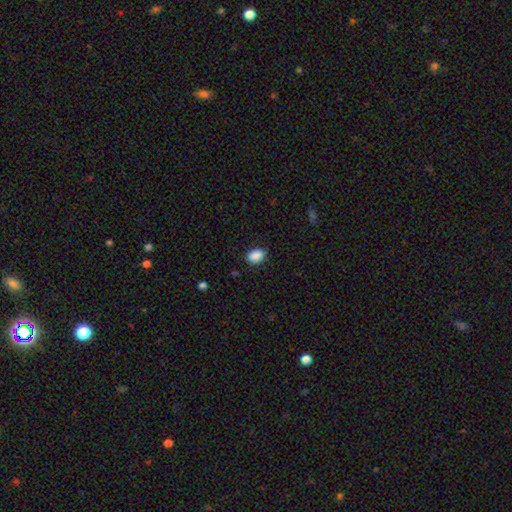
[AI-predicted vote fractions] smooth-or-featured: smooth: 89% | star or artifact: 8% | featured or disk: 3%
  how-rounded: in between: 80% | round: 19% | cigar-shaped: 1%
  merging: none: 84% | minor disturbance: 12% | major disturbance: 3% | merger: 1%